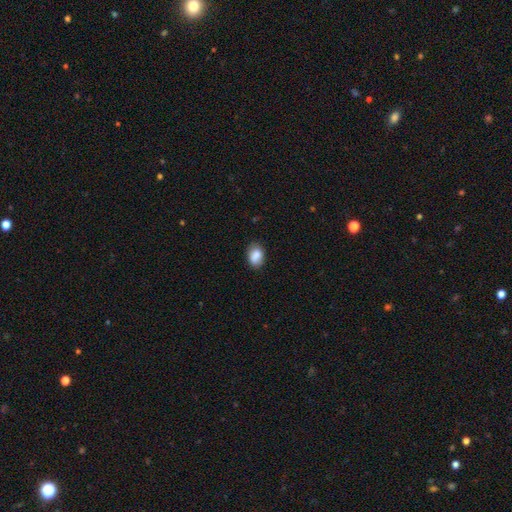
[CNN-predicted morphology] smooth 86%, star or artifact 8%, featured or disk 6%. Down the decision tree: how rounded — in between (84%); merging — none (78%).